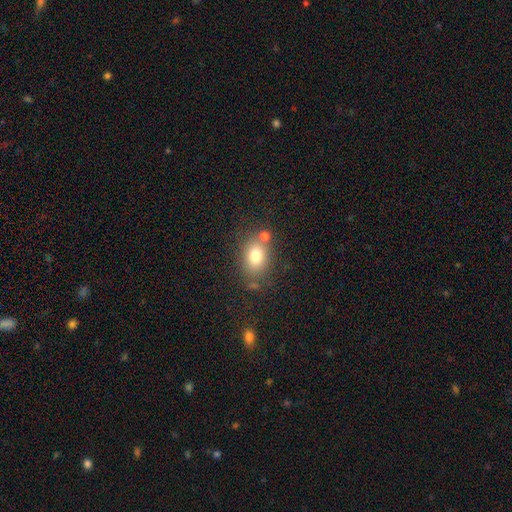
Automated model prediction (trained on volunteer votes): Morphology: type=smooth (78%); roundness=in between (65%); merging=none (68%).